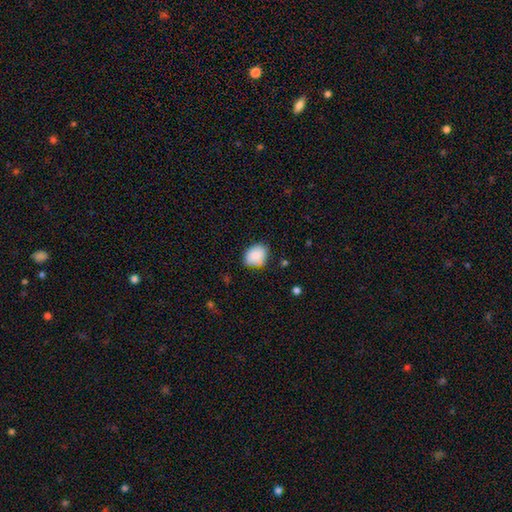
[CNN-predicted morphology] smooth-or-featured: smooth: 88% | star or artifact: 7% | featured or disk: 5%
  how-rounded: in between: 55% | round: 44% | cigar-shaped: 1%
  merging: none: 73% | minor disturbance: 21% | major disturbance: 4% | merger: 2%